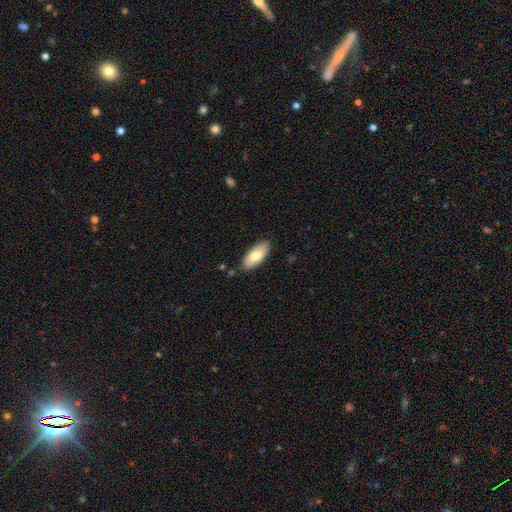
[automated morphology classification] This is likely a smooth galaxy (78%). How rounded: clearly in between (86%). Merging: clearly none (85%).